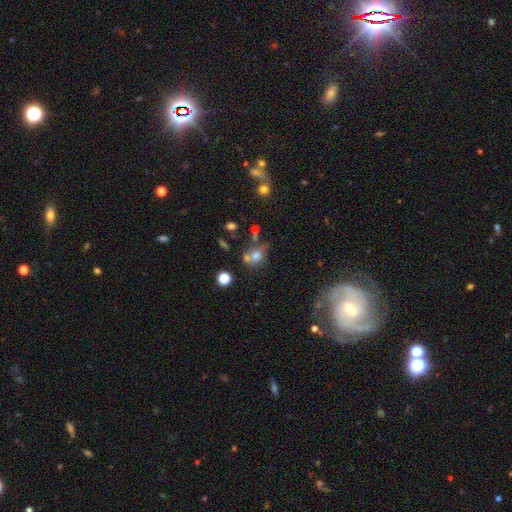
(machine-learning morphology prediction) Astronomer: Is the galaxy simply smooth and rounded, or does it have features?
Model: smooth — 67%.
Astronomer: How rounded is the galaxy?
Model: round — 55% (runner-up: in between, 43%).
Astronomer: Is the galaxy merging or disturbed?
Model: none — 38% (runner-up: merger, 35%).